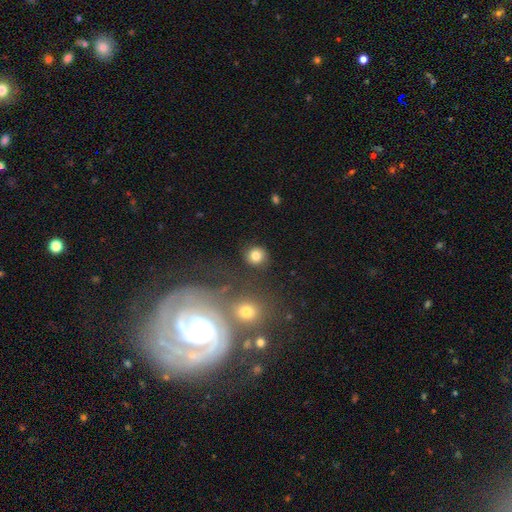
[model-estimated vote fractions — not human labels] A smooth galaxy with no disk features (79%) that is round (90%). Merging: none (86%).